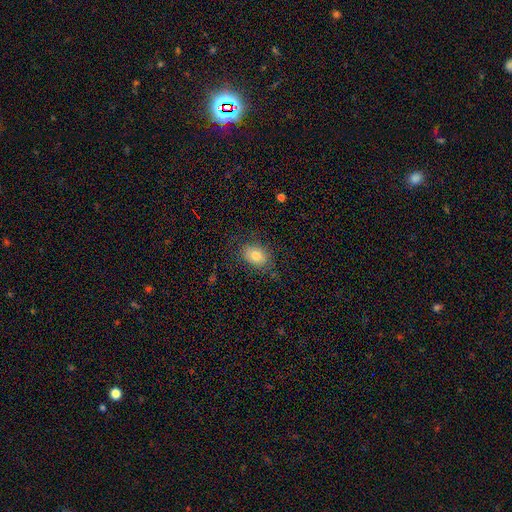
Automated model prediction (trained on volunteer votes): smooth 76%, featured or disk 14%, star or artifact 9%. Down the decision tree: how rounded — in between (72%); merging — none (77%).